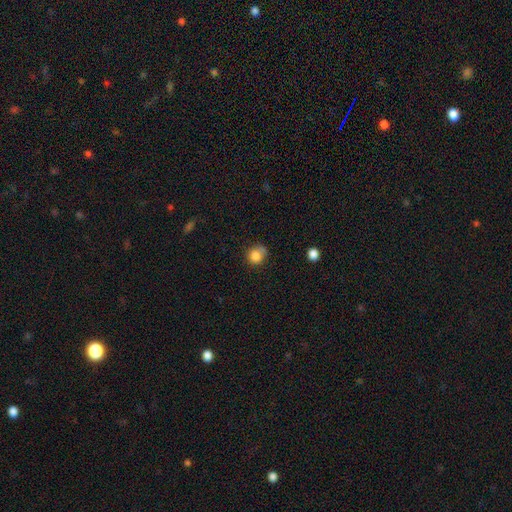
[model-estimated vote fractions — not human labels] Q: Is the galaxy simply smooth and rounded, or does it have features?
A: smooth — 83%.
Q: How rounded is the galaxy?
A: round — 81%.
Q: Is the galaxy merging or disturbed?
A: none — 57%.